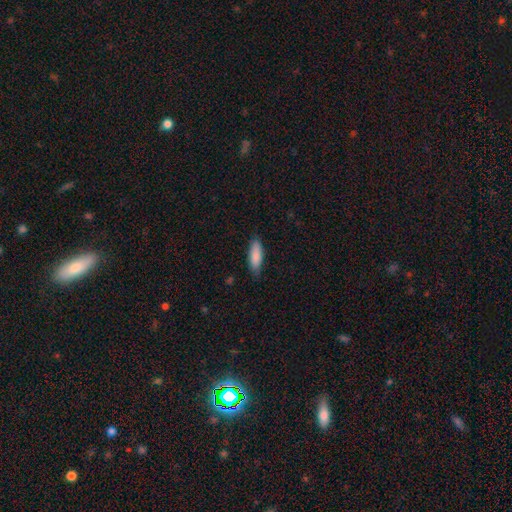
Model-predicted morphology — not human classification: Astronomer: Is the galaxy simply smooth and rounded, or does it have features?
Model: smooth — 87%.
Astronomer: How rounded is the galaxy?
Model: in between — 55% (runner-up: cigar-shaped, 44%).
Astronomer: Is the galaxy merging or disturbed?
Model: none — 80%.